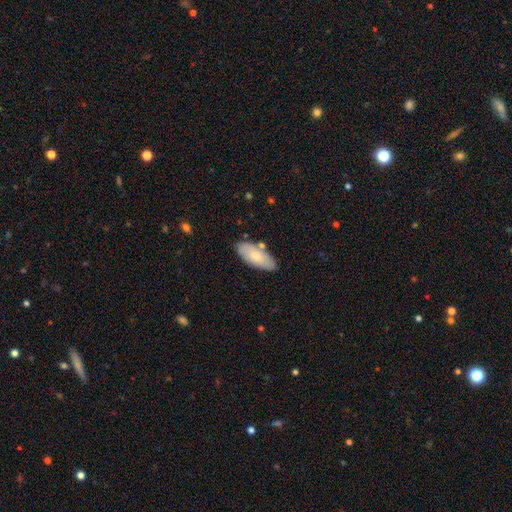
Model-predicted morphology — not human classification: smooth-or-featured: smooth: 74% | featured or disk: 20% | star or artifact: 6%
  how-rounded: in between: 87% | cigar-shaped: 11% | round: 2%
  merging: none: 78% | minor disturbance: 15% | merger: 5% | major disturbance: 3%